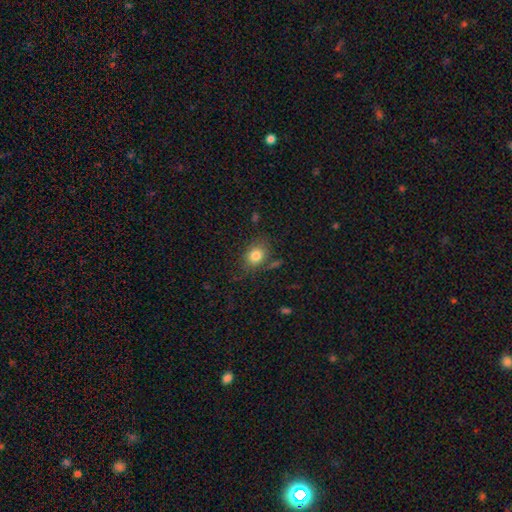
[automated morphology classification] A smooth galaxy with no disk features (81%) that is in between round and cigar-shaped (59%). Merging: none (73%).